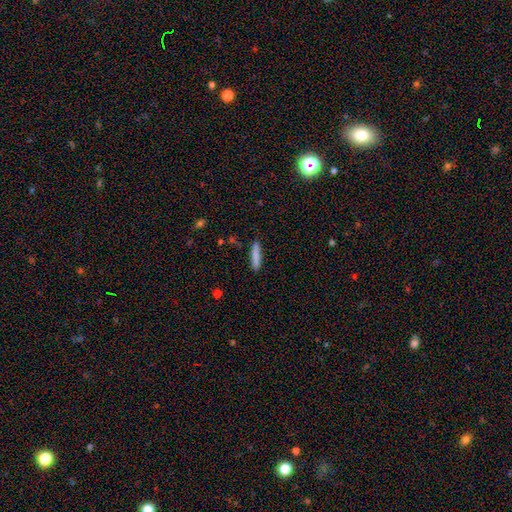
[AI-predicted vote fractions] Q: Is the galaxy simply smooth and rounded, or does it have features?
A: smooth — 83%.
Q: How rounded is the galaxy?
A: cigar-shaped — 89%.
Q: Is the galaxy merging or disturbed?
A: none — 88%.